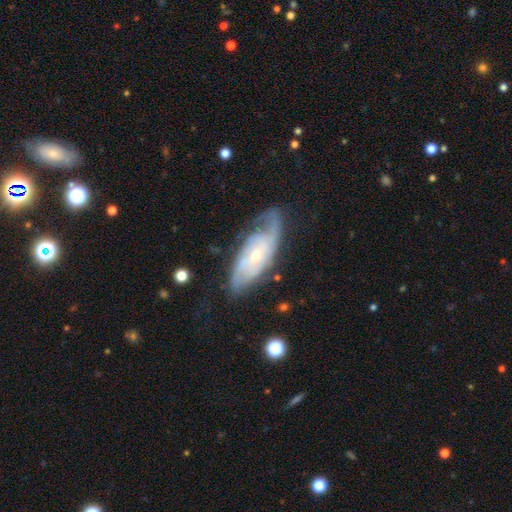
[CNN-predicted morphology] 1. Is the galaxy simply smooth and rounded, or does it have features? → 80% featured or disk, 15% smooth, 5% star or artifact.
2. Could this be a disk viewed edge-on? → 91% no, 9% yes.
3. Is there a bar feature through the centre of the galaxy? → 63% no, 30% weak, 6% strong.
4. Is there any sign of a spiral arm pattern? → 93% yes, 7% no.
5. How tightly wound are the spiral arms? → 50% tight, 37% medium, 13% loose.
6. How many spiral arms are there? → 39% 2, 33% can't tell, 12% 3, 8% 1, 4% 4, 3% more than 4.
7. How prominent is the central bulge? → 63% small, 32% moderate, 2% none, 2% large, 1% dominant.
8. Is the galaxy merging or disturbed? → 61% none, 25% minor disturbance, 13% major disturbance, 2% merger.